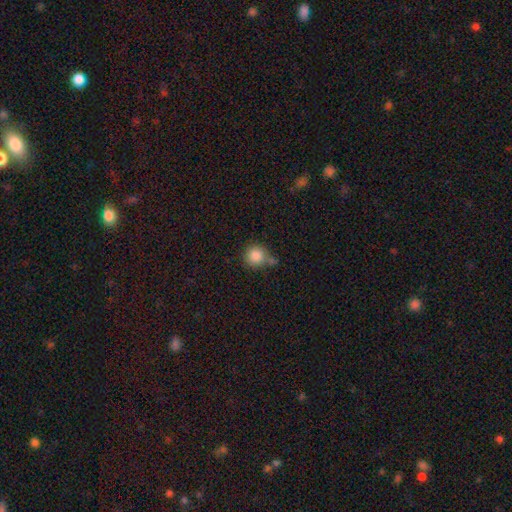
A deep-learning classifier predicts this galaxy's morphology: This appears to be a smooth galaxy with no disk features (85%) that is round (92%). Merging: none (58%).